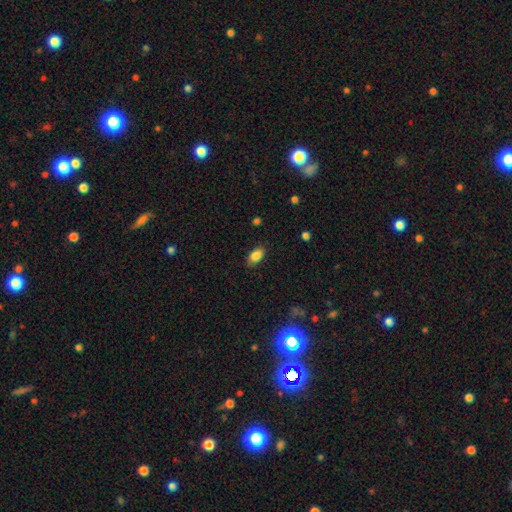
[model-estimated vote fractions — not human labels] Smooth or featured? Predicted: smooth (p=0.86). How rounded? Predicted: in between (p=0.91). Merging? Predicted: none (p=0.84).